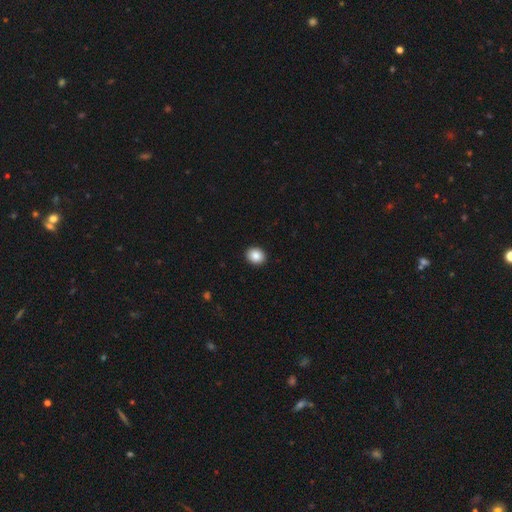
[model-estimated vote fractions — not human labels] Smooth or featured? Predicted: smooth (p=0.88). How rounded? Predicted: round (p=0.59). Merging? Predicted: none (p=0.92).